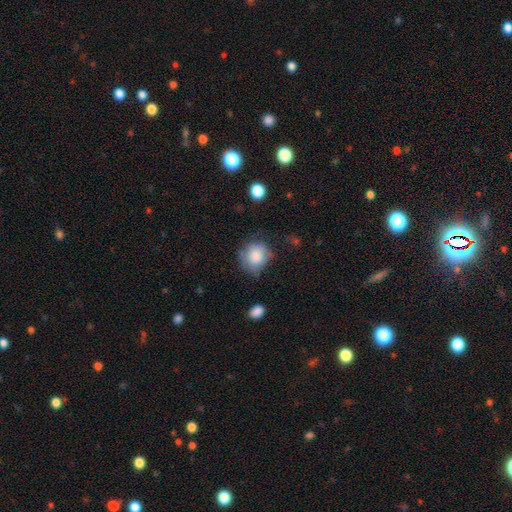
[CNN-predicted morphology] smooth 83%, featured or disk 10%, star or artifact 8%. Down the decision tree: how rounded — round (78%); merging — none (56%).